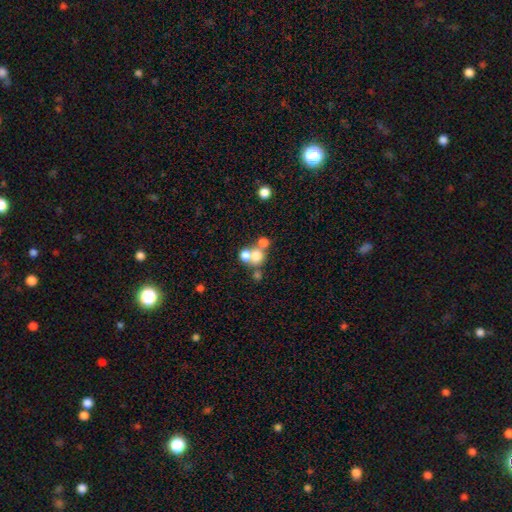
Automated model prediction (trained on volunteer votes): Smooth or featured: smooth — 68% (featured or disk — 18%)
How rounded: round — 83% (in between — 15%)
Merging: merger — 51% (none — 39%)